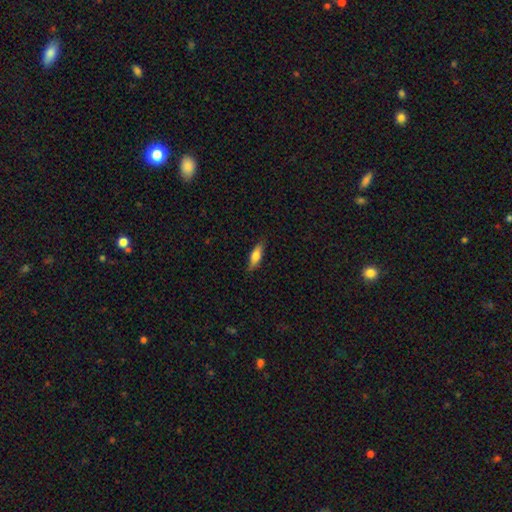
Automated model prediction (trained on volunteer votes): Overall: smooth (71%). How rounded: in between (51%; cigar-shaped 46%). Merging: none (83%).